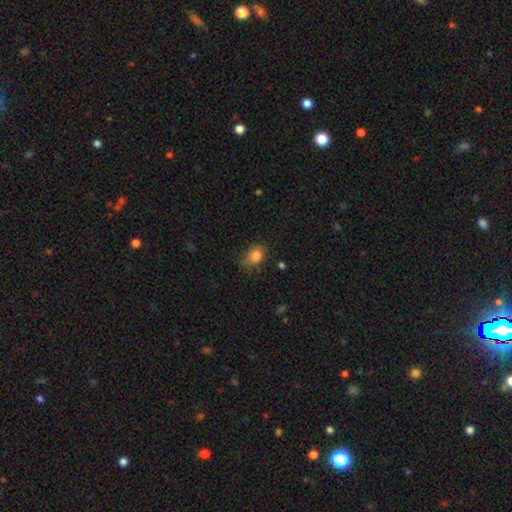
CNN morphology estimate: Smooth or featured? smooth (82%)
How rounded? in between (57%)
Merging? none (60%)